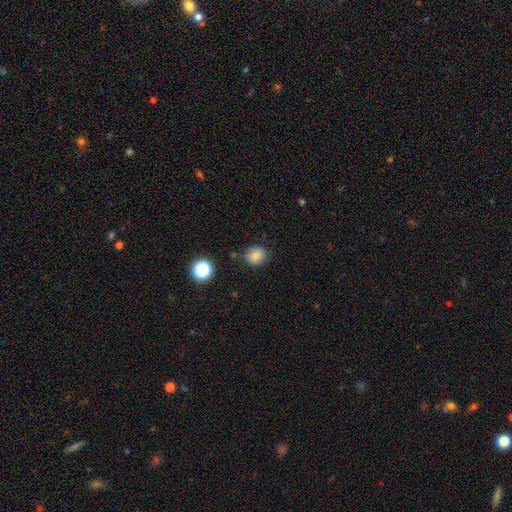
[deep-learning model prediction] A smooth galaxy with no disk features (83%) that is round (78%).

Vote fractions:
- Smooth or featured? smooth: 83% / star or artifact: 12% / featured or disk: 5%
- How rounded? round: 78% / in between: 21% / cigar-shaped: 1%
- Merging? none: 81% / minor disturbance: 13% / major disturbance: 3% / merger: 3%